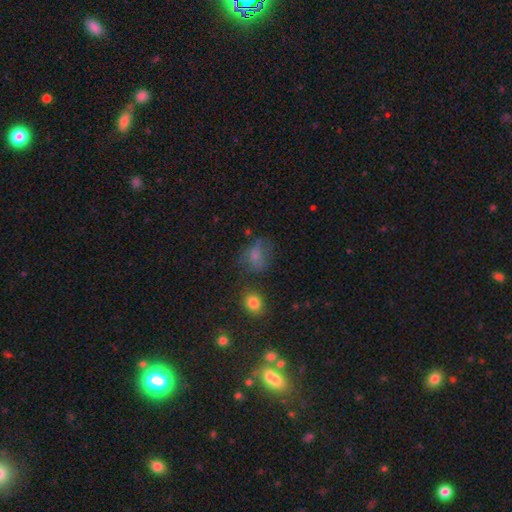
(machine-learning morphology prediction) Overall: smooth (64%). How rounded: in between (51%; round 48%). Merging: none (47%; minor disturbance 25%).